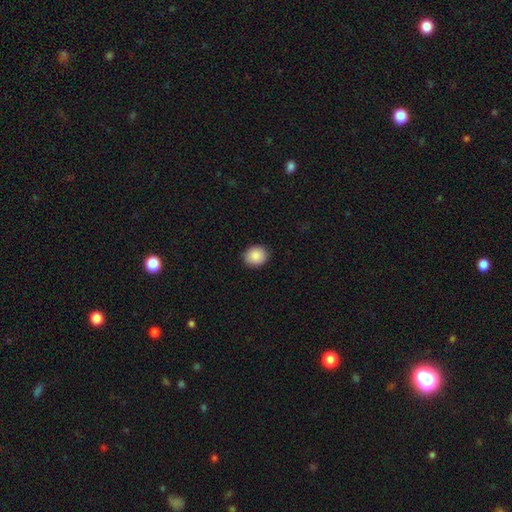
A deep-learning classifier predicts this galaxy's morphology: smooth_or_featured: smooth (p=0.88) [alt: star or artifact p=0.08]
how_rounded: round (p=0.69) [alt: in between p=0.30]
merging: none (p=0.91) [alt: minor disturbance p=0.06]